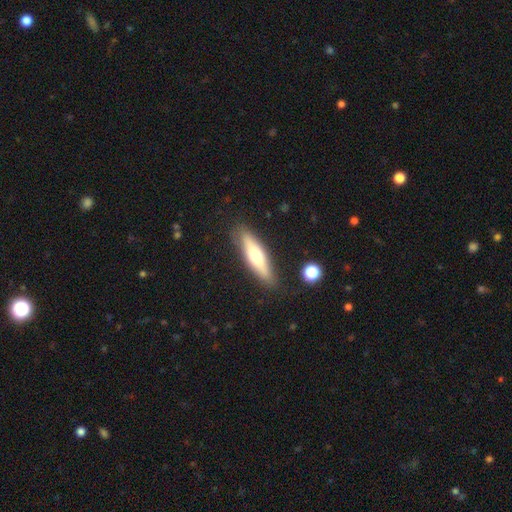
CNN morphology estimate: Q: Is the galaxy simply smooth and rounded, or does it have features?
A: smooth — 55%.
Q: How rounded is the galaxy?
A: cigar-shaped — 72%.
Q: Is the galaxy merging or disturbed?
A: none — 84%.